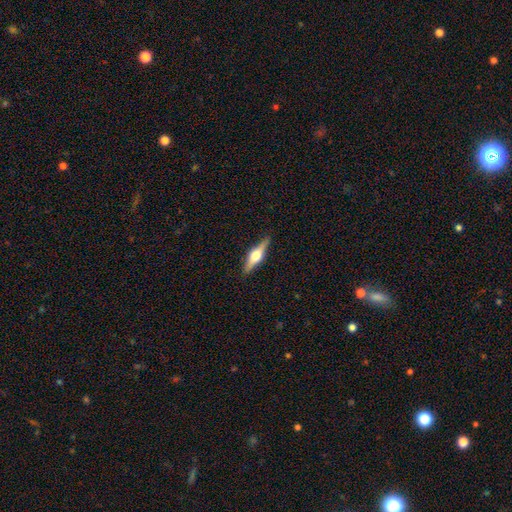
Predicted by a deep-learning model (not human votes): Smooth or featured? featured or disk (70%)
Edge-on disk? yes (97%)
Edge-on bulge? rounded (94%)
Merging? none (90%)